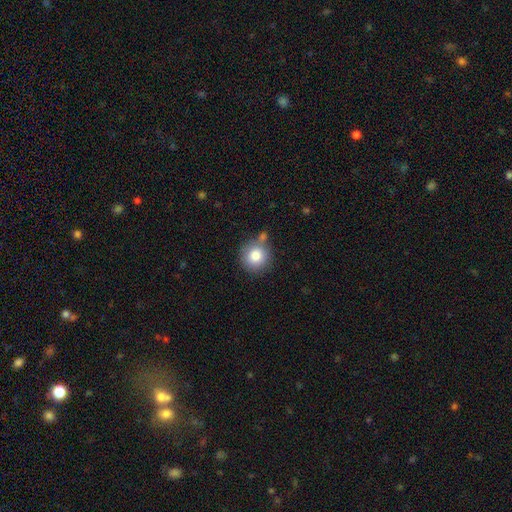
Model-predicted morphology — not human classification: The model was most divided on "merging": none: 68%, merger: 14%, minor disturbance: 13%, major disturbance: 4%. More confident: how rounded — round (92%); smooth or featured — smooth (82%).